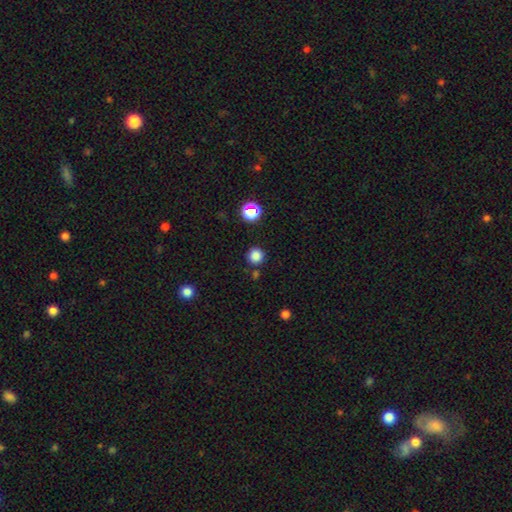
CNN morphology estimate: A smooth galaxy with no disk features (82%) that is round (95%).

Vote fractions:
- Smooth or featured? smooth: 82% / star or artifact: 14% / featured or disk: 4%
- How rounded? round: 95% / in between: 4% / cigar-shaped: 1%
- Merging? none: 85% / minor disturbance: 8% / merger: 5% / major disturbance: 3%